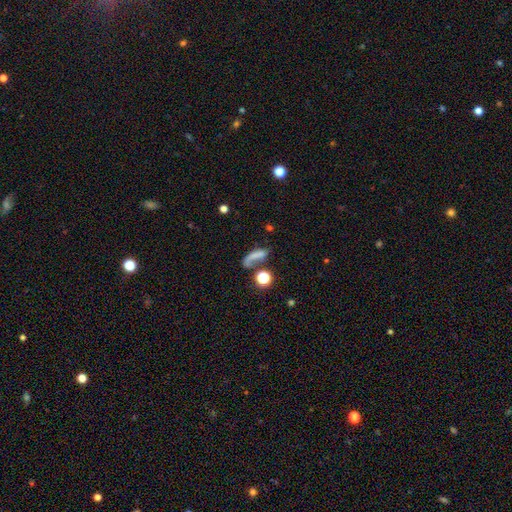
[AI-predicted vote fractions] Smooth or featured?
  - smooth: 56% *
  - featured or disk: 28%
  - star or artifact: 17%
How rounded?
  - in between: 48% *
  - cigar-shaped: 34%
  - round: 18%
Merging?
  - none: 34% *
  - major disturbance: 29%
  - merger: 20%
  - minor disturbance: 17%